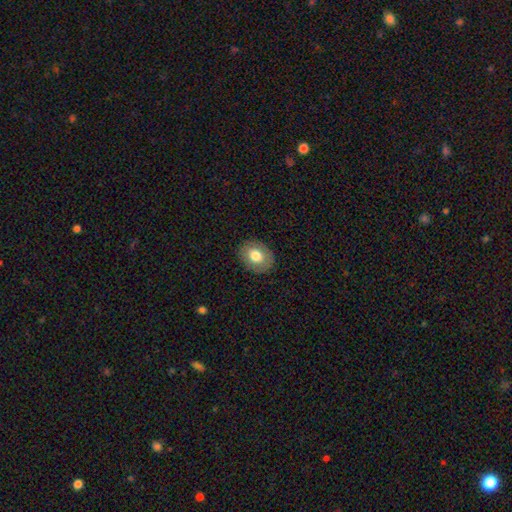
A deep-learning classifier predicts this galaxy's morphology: This is likely a smooth galaxy (75%). How rounded: possibly in between (58%). Merging: clearly none (87%).